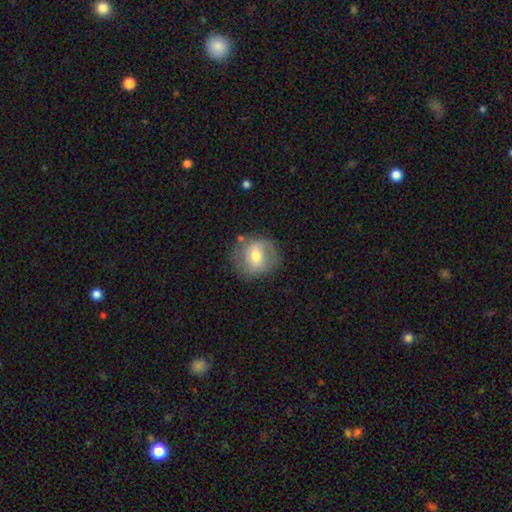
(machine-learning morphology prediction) Smooth or featured? smooth (54%)
How rounded? round (83%)
Merging? none (75%)